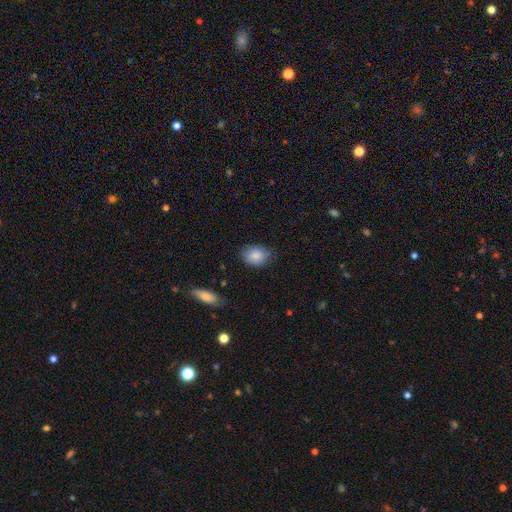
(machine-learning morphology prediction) The model was most divided on "how rounded": in between: 57%, round: 41%, cigar-shaped: 1%. More confident: smooth or featured — smooth (85%); merging — none (73%).